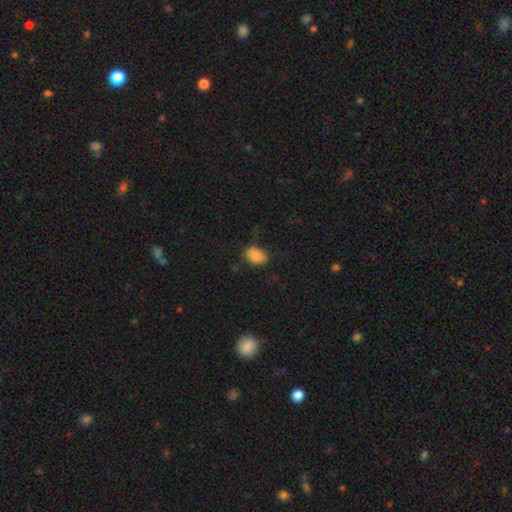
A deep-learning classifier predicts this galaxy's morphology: smooth_or_featured: smooth (p=0.85) [alt: star or artifact p=0.09]
how_rounded: in between (p=0.82) [alt: round p=0.17]
merging: none (p=0.74) [alt: minor disturbance p=0.20]